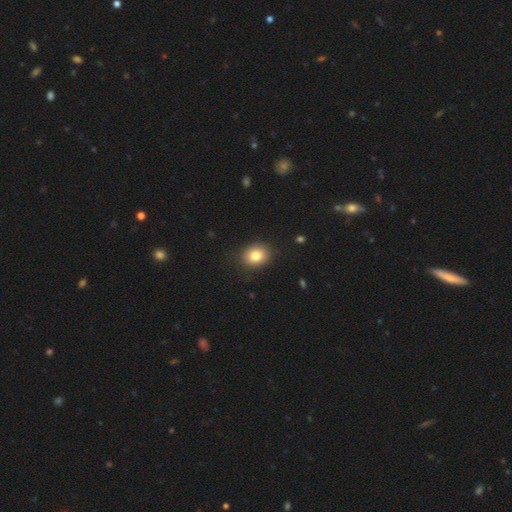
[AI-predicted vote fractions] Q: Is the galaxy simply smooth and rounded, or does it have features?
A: smooth — 81%.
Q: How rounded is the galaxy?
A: round — 59%.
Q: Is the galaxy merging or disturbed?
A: none — 86%.